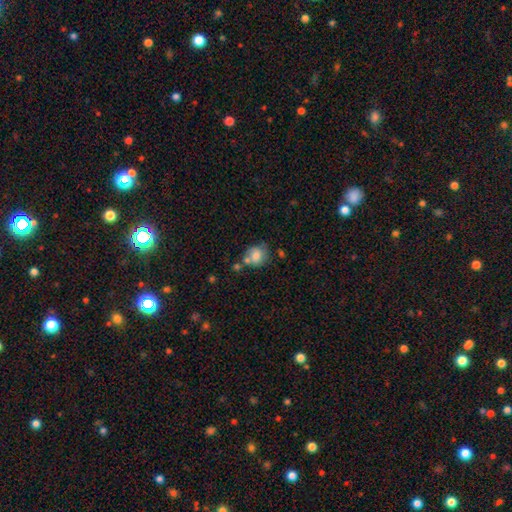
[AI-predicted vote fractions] A smooth galaxy with no disk features (72%) that is round (75%). Merging: none (48%).